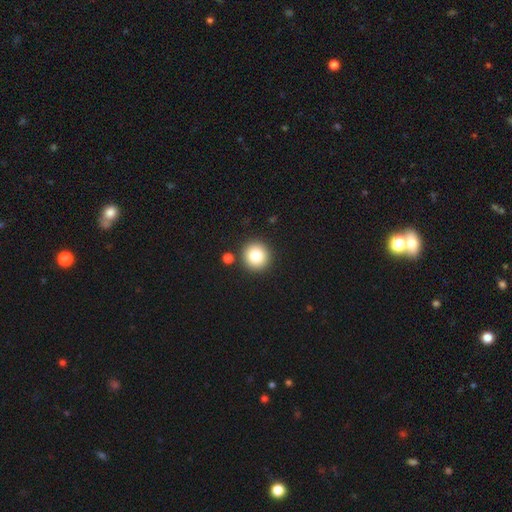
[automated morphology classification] A smooth galaxy with no disk features (82%) that is round (95%).

Vote fractions:
- Smooth or featured? smooth: 82% / star or artifact: 11% / featured or disk: 7%
- How rounded? round: 95% / in between: 4% / cigar-shaped: 1%
- Merging? none: 88% / minor disturbance: 6% / merger: 4% / major disturbance: 2%